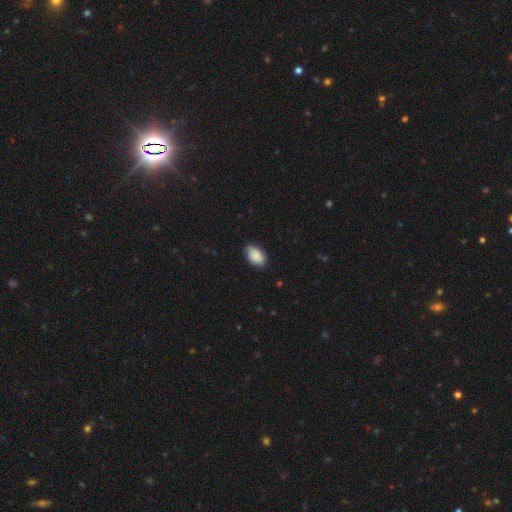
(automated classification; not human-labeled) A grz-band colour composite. It shows a smooth galaxy with no disk features (82%) that is in between round and cigar-shaped (90%). Merging: none (76%).